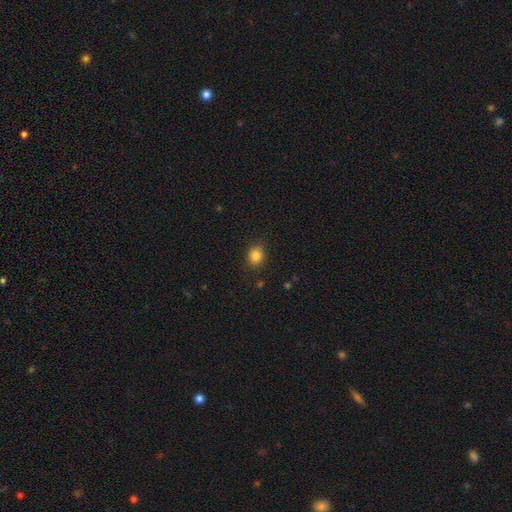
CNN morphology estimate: This is clearly a smooth galaxy (83%). How rounded: likely round (63%). Merging: clearly none (83%).